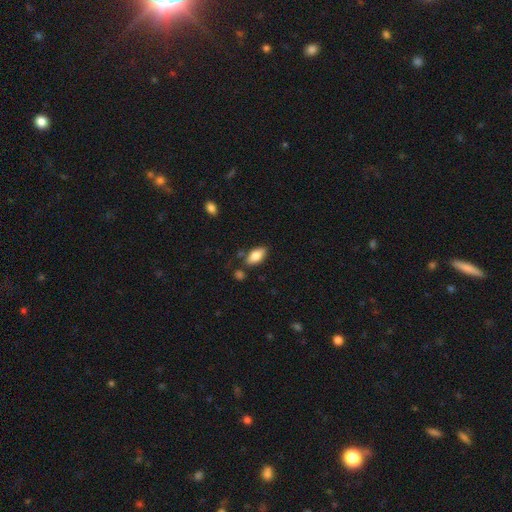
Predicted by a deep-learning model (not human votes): Smooth or featured?
  - smooth: 81% *
  - featured or disk: 13%
  - star or artifact: 7%
How rounded?
  - in between: 90% *
  - cigar-shaped: 7%
  - round: 3%
Merging?
  - none: 77% *
  - minor disturbance: 15%
  - merger: 6%
  - major disturbance: 3%